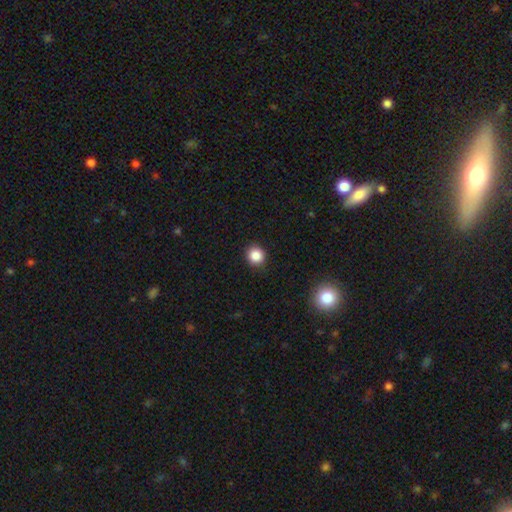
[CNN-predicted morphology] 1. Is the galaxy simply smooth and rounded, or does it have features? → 86% smooth, 11% star or artifact, 4% featured or disk.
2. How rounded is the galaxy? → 91% round, 8% in between, 1% cigar-shaped.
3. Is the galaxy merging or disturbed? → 91% none, 6% minor disturbance, 2% major disturbance, 1% merger.